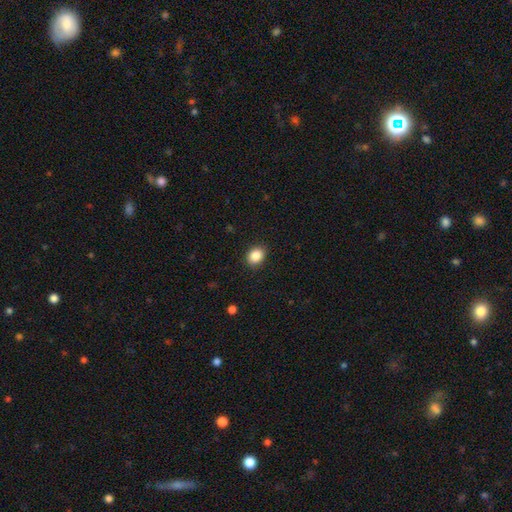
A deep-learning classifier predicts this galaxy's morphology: Q: Smooth or featured?
A: smooth (87%); runner-up: star or artifact (9%)
Q: How rounded?
A: round (51%); runner-up: in between (48%)
Q: Merging?
A: none (89%); runner-up: minor disturbance (8%)